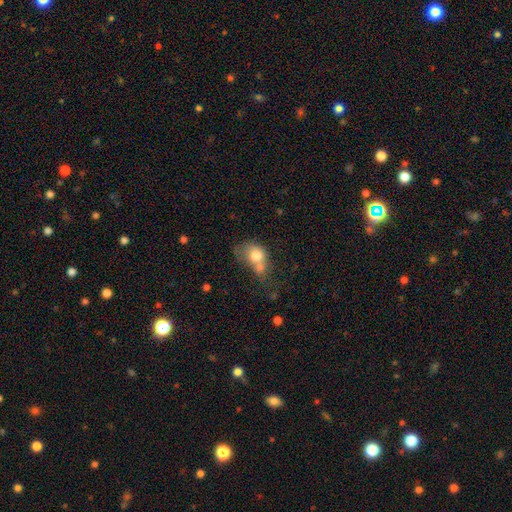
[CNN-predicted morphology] Smooth or featured?
  - smooth: 70% *
  - featured or disk: 20%
  - star or artifact: 9%
How rounded?
  - in between: 53% *
  - round: 46%
  - cigar-shaped: 1%
Merging?
  - merger: 51% *
  - none: 19%
  - major disturbance: 15%
  - minor disturbance: 15%